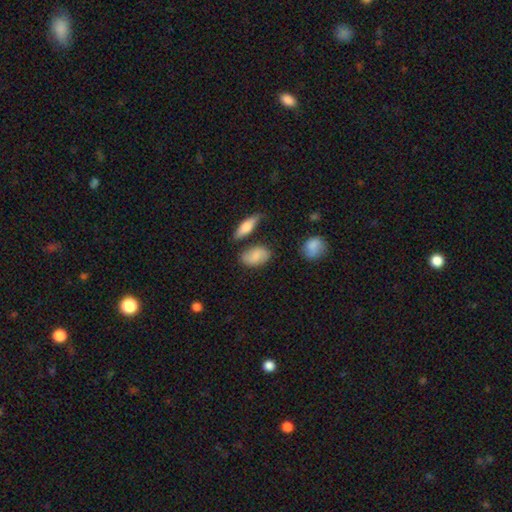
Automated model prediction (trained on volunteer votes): smooth_or_featured: smooth (p=0.75) [alt: featured or disk p=0.17]
how_rounded: in between (p=0.88) [alt: round p=0.09]
merging: none (p=0.71) [alt: minor disturbance p=0.19]